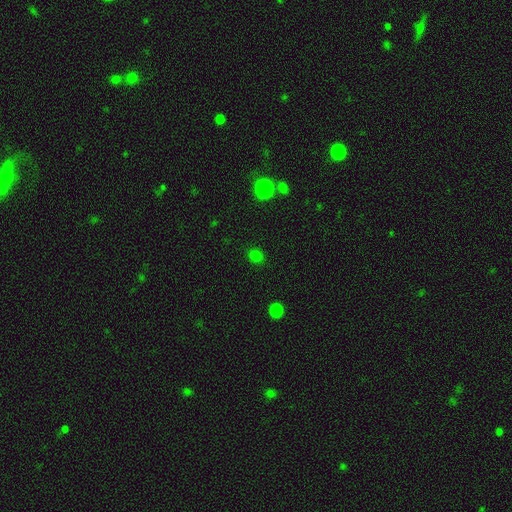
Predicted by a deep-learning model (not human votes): Smooth or featured? smooth (76%)
How rounded? round (78%)
Merging? none (88%)